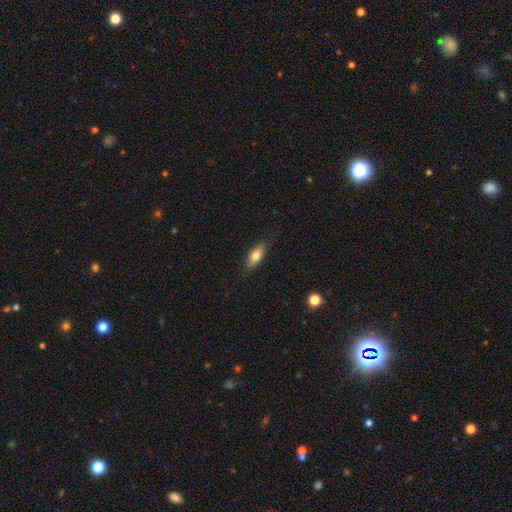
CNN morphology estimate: Smooth or featured?
  - smooth: 75% *
  - featured or disk: 18%
  - star or artifact: 7%
How rounded?
  - in between: 76% *
  - cigar-shaped: 21%
  - round: 3%
Merging?
  - none: 83% *
  - minor disturbance: 13%
  - major disturbance: 3%
  - merger: 1%